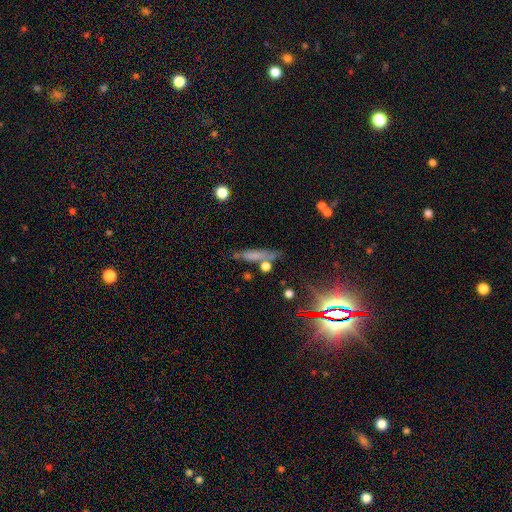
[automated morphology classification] This is possibly a smooth galaxy (54%). How rounded: clearly cigar-shaped (80%). Merging: likely none (68%).